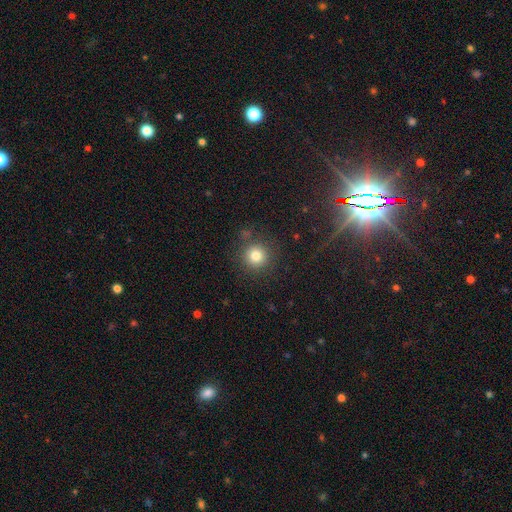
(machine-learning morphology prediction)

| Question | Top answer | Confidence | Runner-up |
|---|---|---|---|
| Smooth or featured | smooth | 81% | star or artifact (12%) |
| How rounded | round | 94% | in between (5%) |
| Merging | none | 85% | minor disturbance (8%) |